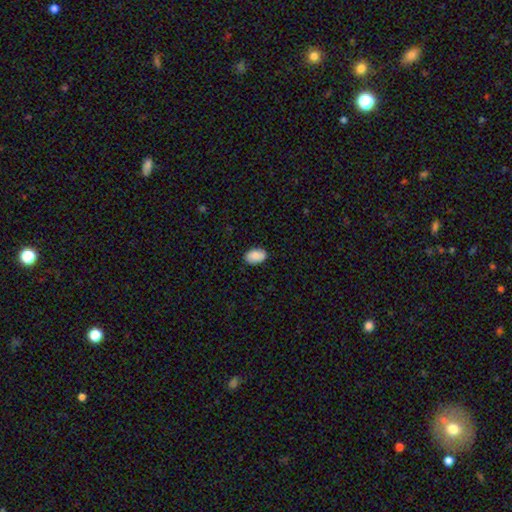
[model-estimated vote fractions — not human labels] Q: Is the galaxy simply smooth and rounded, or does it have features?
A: smooth — 88%.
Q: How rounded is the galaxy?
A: in between — 89%.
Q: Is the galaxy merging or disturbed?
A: none — 85%.